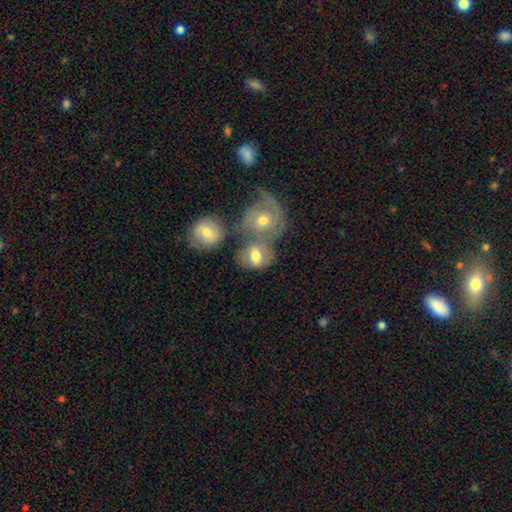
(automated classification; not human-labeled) smooth_or_featured: smooth (p=0.54) [alt: featured or disk p=0.37]
how_rounded: round (p=0.52) [alt: in between p=0.46]
merging: merger (p=0.47) [alt: none p=0.33]